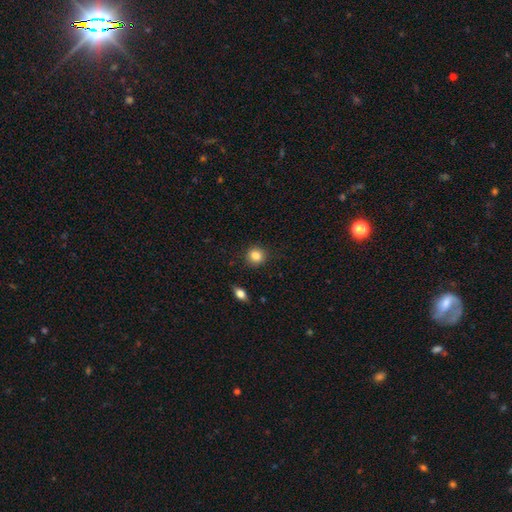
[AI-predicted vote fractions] smooth_or_featured: smooth (p=0.84) [alt: star or artifact p=0.10]
how_rounded: round (p=0.89) [alt: in between p=0.10]
merging: none (p=0.88) [alt: minor disturbance p=0.08]